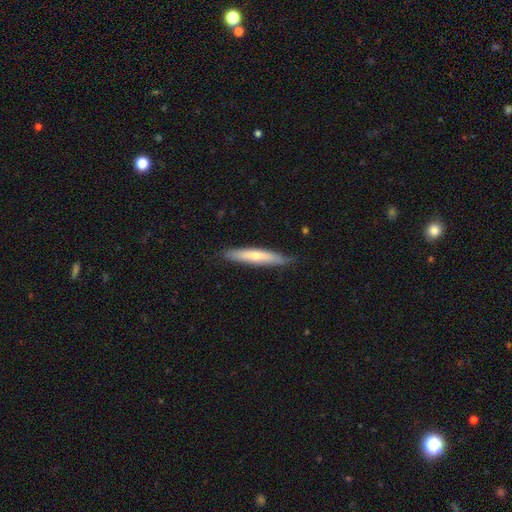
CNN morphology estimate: type=smooth (58%); roundness=cigar-shaped (90%); merging=none (83%).